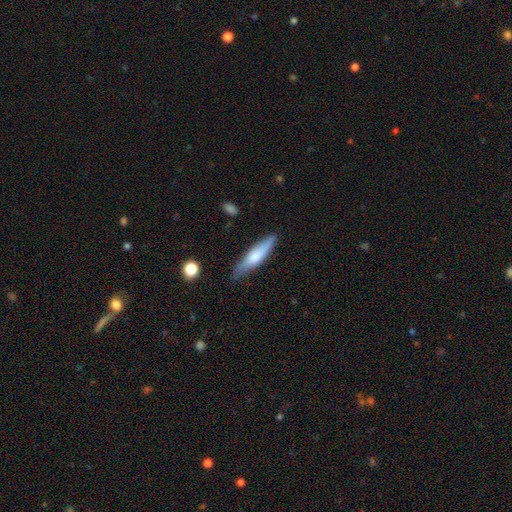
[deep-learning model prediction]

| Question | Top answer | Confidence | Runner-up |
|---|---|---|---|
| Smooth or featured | smooth | 61% | featured or disk (34%) |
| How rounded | cigar-shaped | 80% | in between (18%) |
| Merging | none | 78% | minor disturbance (17%) |